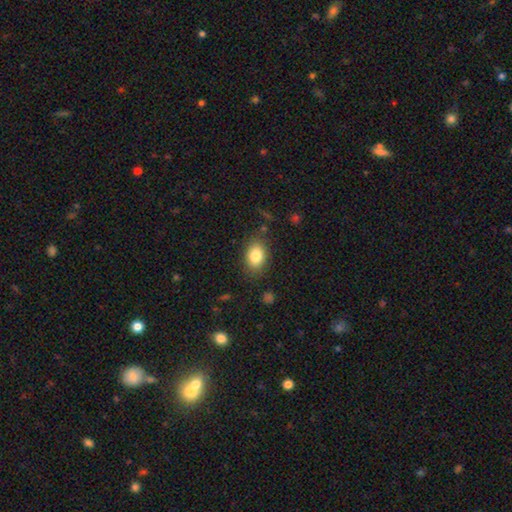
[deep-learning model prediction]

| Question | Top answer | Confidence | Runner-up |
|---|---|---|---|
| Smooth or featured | smooth | 82% | featured or disk (9%) |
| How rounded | in between | 81% | round (18%) |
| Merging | none | 81% | minor disturbance (13%) |